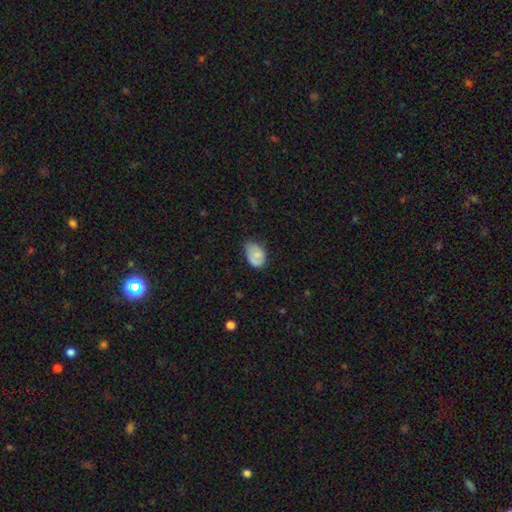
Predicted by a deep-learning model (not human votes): Q: Smooth or featured?
A: smooth (72%); runner-up: featured or disk (20%)
Q: How rounded?
A: in between (86%); runner-up: round (13%)
Q: Merging?
A: none (48%); runner-up: minor disturbance (40%)